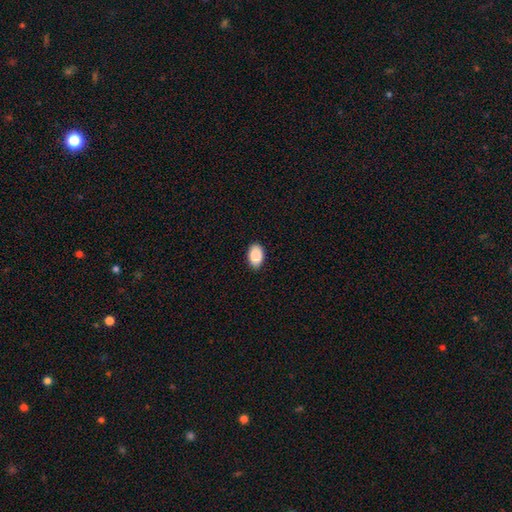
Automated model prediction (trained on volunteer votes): Q: Smooth or featured?
A: smooth (90%); runner-up: star or artifact (7%)
Q: How rounded?
A: in between (92%); runner-up: round (7%)
Q: Merging?
A: none (86%); runner-up: minor disturbance (11%)